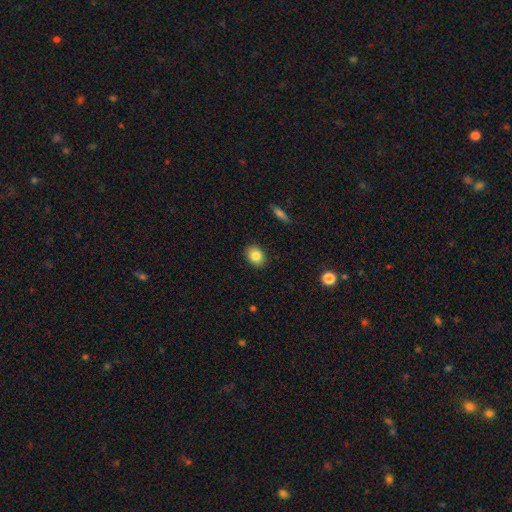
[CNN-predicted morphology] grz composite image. It shows a smooth galaxy with no disk features (83%) that is in between round and cigar-shaped (54%). Merging: none (89%).